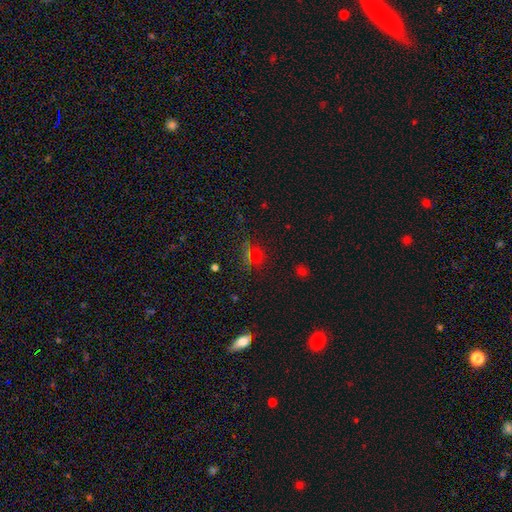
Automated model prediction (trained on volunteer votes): smooth-or-featured: smooth: 51% | star or artifact: 40% | featured or disk: 9%
  how-rounded: round: 84% | in between: 14% | cigar-shaped: 2%
  merging: none: 72% | minor disturbance: 12% | merger: 10% | major disturbance: 6%